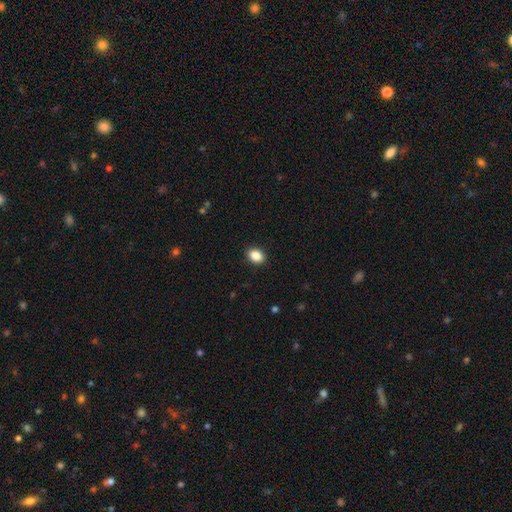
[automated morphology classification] Smooth or featured: smooth — 87% (star or artifact — 9%)
How rounded: in between — 72% (round — 27%)
Merging: none — 91% (minor disturbance — 6%)